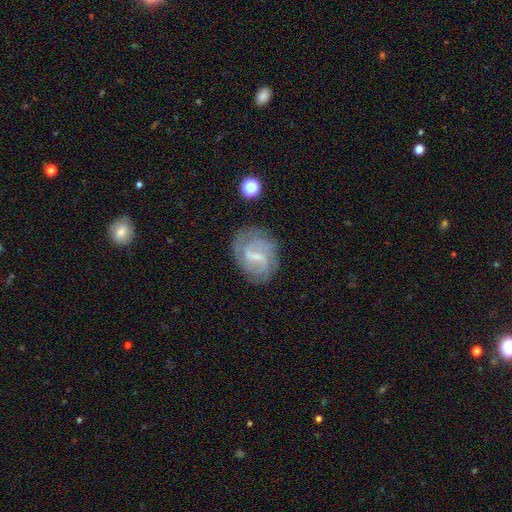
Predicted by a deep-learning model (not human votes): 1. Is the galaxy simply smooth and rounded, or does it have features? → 75% featured or disk, 18% smooth, 8% star or artifact.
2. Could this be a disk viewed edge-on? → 97% no, 3% yes.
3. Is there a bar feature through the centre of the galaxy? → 58% weak, 25% strong, 16% no.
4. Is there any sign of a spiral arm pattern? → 87% yes, 13% no.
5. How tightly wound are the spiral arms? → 43% medium, 33% tight, 24% loose.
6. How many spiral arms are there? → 48% 2, 28% can't tell, 11% 3, 6% 1, 4% 4, 3% more than 4.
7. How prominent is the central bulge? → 51% small, 28% none, 19% moderate, 2% large, 1% dominant.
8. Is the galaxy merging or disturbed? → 69% none, 19% minor disturbance, 10% major disturbance, 2% merger.